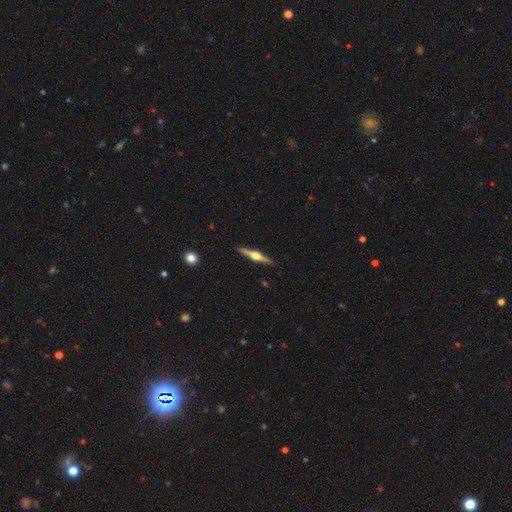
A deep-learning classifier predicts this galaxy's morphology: Smooth or featured: featured or disk — 78% (smooth — 17%)
Edge-on disk: yes — 98% (no — 2%)
Edge-on bulge: rounded — 95% (boxy — 3%)
Merging: none — 91% (minor disturbance — 6%)